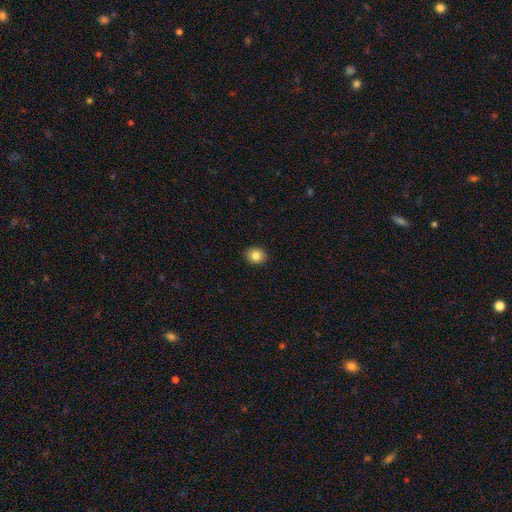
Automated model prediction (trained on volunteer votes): Overall: smooth (85%). How rounded: round (75%). Merging: none (92%).